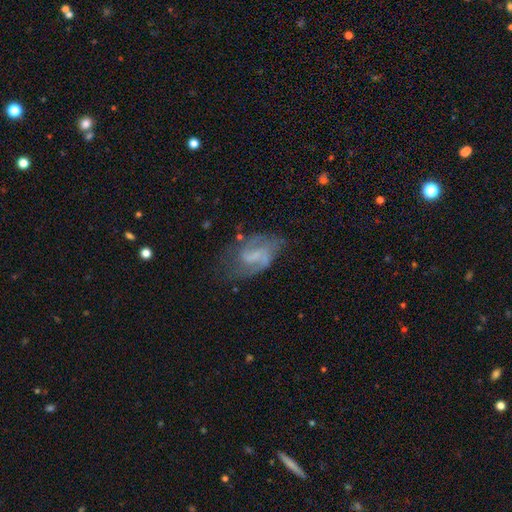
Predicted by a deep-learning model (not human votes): Overall: featured or disk (72%). Edge-on disk: no (97%). Bar: weak (50%; no 29%). Spiral arms: yes (85%). Spiral arm count: 2 (70%). Spiral winding: medium (45%; loose 35%). Bulge size: none (50%; small 30%). Merging: none (55%; minor disturbance 24%).